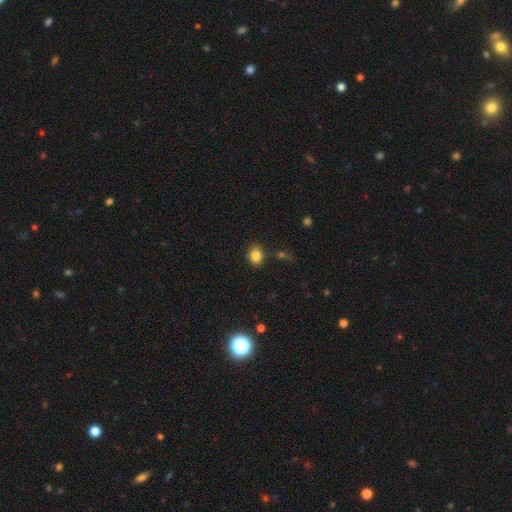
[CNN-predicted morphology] A smooth galaxy with no disk features (83%) that is round (50%). Merging: none (83%).